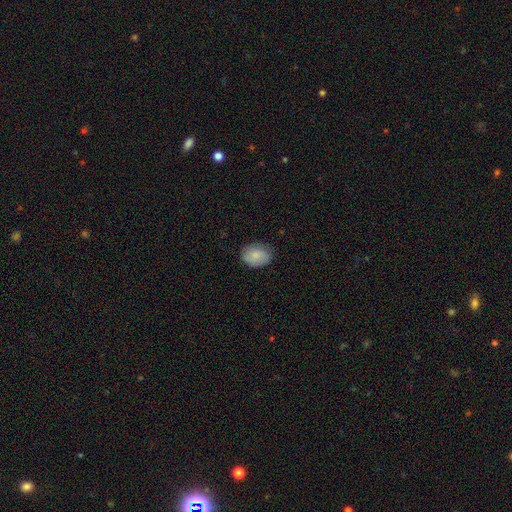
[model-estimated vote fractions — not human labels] A smooth galaxy with no disk features (83%) that is in between round and cigar-shaped (65%).

Vote fractions:
- Smooth or featured? smooth: 83% / featured or disk: 10% / star or artifact: 7%
- How rounded? in between: 65% / round: 34% / cigar-shaped: 1%
- Merging? none: 79% / minor disturbance: 17% / major disturbance: 3% / merger: 1%